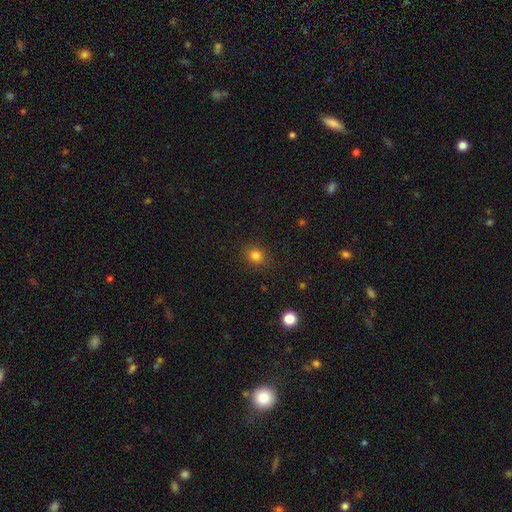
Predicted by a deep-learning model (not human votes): Smooth or featured? smooth (81%)
How rounded? round (71%)
Merging? none (87%)